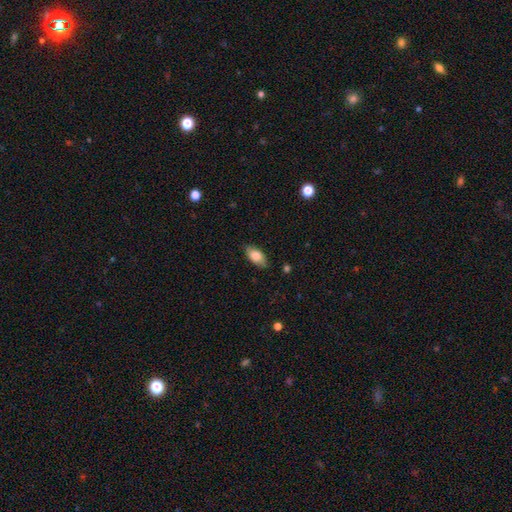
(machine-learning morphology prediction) Smooth or featured: smooth — 78% (featured or disk — 16%)
How rounded: in between — 90% (cigar-shaped — 6%)
Merging: none — 83% (minor disturbance — 13%)